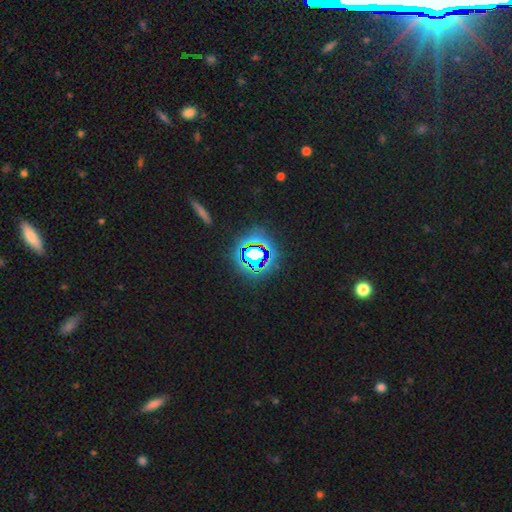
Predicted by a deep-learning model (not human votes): smooth-or-featured: star or artifact: 69% | smooth: 19% | featured or disk: 12%